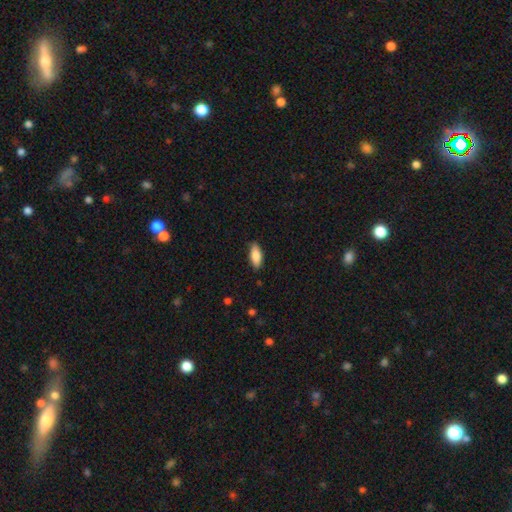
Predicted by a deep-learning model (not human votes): Q: Smooth or featured?
A: smooth (86%); runner-up: featured or disk (8%)
Q: How rounded?
A: in between (83%); runner-up: cigar-shaped (15%)
Q: Merging?
A: none (86%); runner-up: minor disturbance (11%)